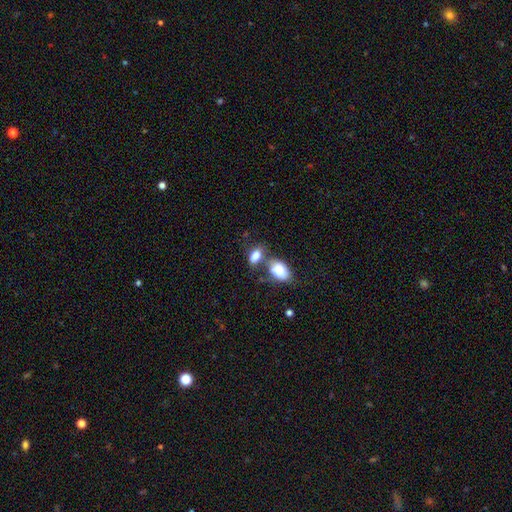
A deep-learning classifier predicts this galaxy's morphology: Smooth or featured?
  - smooth: 79% *
  - featured or disk: 12%
  - star or artifact: 9%
How rounded?
  - in between: 86% *
  - round: 10%
  - cigar-shaped: 3%
Merging?
  - none: 43% *
  - merger: 40%
  - minor disturbance: 12%
  - major disturbance: 5%